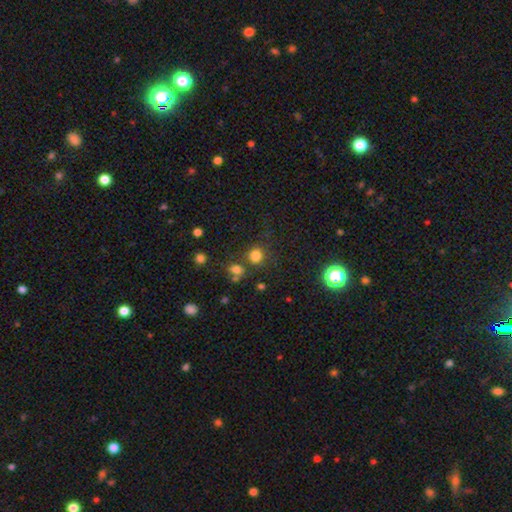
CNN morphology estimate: A smooth galaxy with no disk features (77%) that is round (78%).

Vote fractions:
- Smooth or featured? smooth: 77% / star or artifact: 17% / featured or disk: 6%
- How rounded? round: 78% / in between: 21% / cigar-shaped: 1%
- Merging? none: 68% / merger: 15% / minor disturbance: 12% / major disturbance: 6%